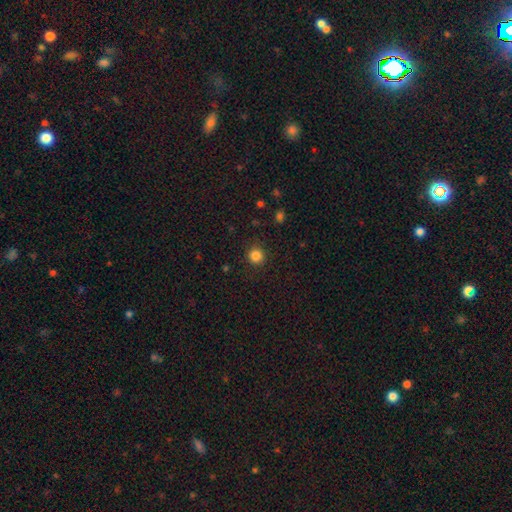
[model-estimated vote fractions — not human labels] Smooth or featured: smooth — 84% (star or artifact — 12%)
How rounded: round — 94% (in between — 5%)
Merging: none — 90% (minor disturbance — 6%)